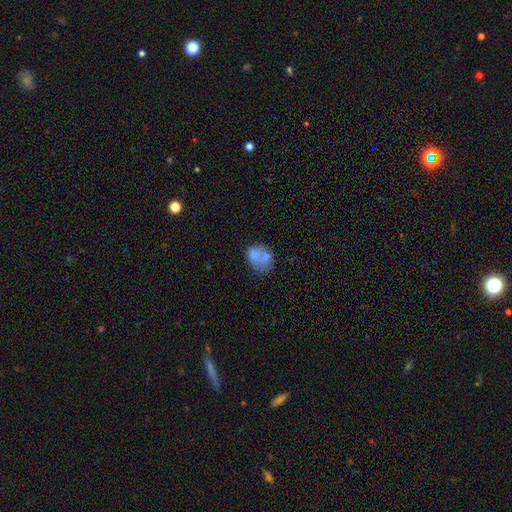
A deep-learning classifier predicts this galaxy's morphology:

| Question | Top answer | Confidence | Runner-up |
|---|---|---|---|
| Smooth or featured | smooth | 67% | featured or disk (23%) |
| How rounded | in between | 53% | round (46%) |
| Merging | none | 43% | minor disturbance (23%) |